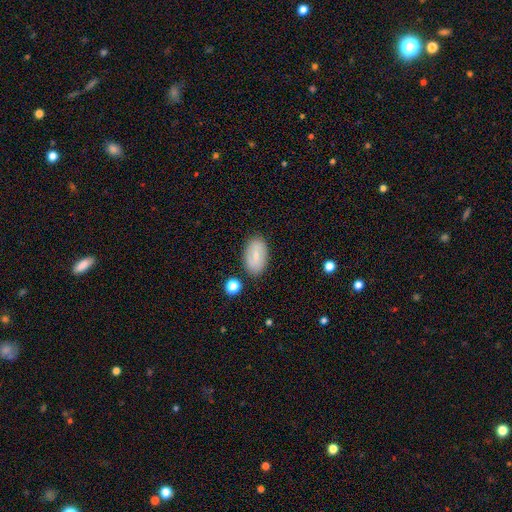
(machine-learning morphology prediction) Overall: smooth (71%). How rounded: in between (93%). Merging: none (84%).